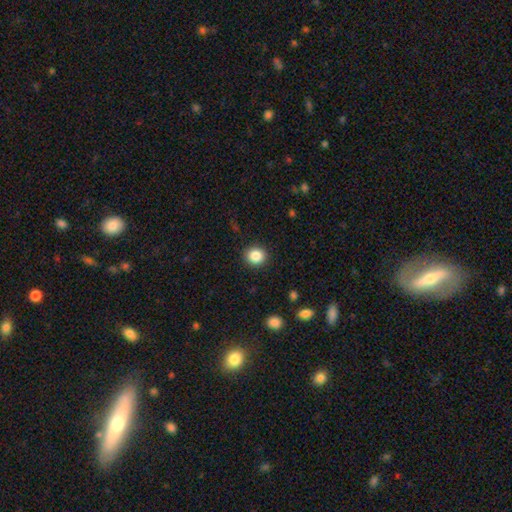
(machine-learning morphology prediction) Smooth or featured: smooth — 86% (star or artifact — 10%)
How rounded: round — 87% (in between — 12%)
Merging: none — 91% (minor disturbance — 6%)